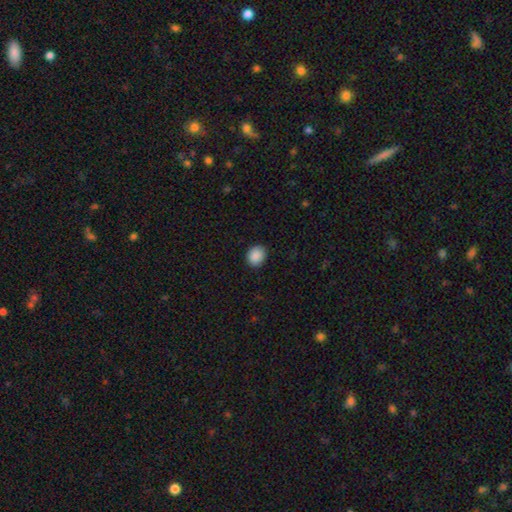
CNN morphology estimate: Overall: smooth (89%). How rounded: round (62%; in between 37%). Merging: none (89%).